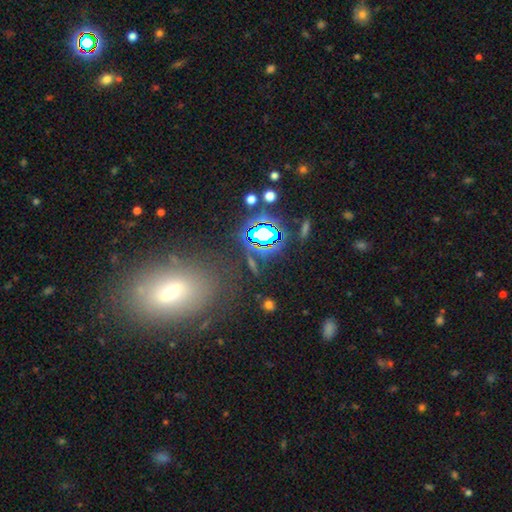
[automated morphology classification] Smooth or featured? star or artifact (44%)